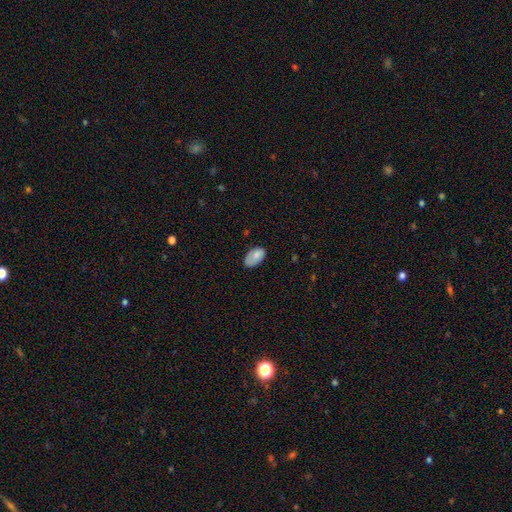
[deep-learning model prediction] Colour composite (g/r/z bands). It shows a smooth galaxy with no disk features (78%) that is in between round and cigar-shaped (93%). Merging: none (64%).